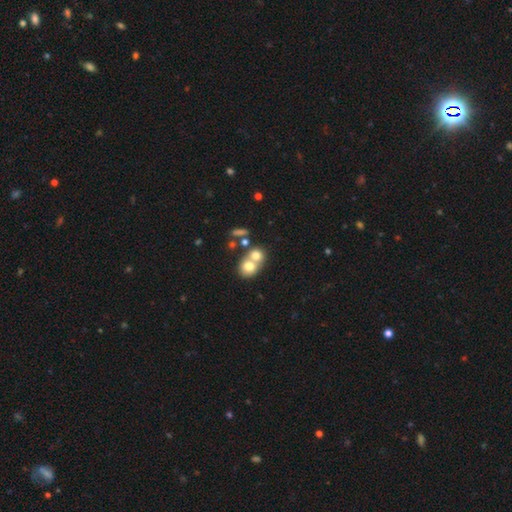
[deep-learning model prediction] The model was most divided on "how rounded": round: 67%, in between: 32%, cigar-shaped: 1%. More confident: smooth or featured — smooth (69%); merging — merger (64%).